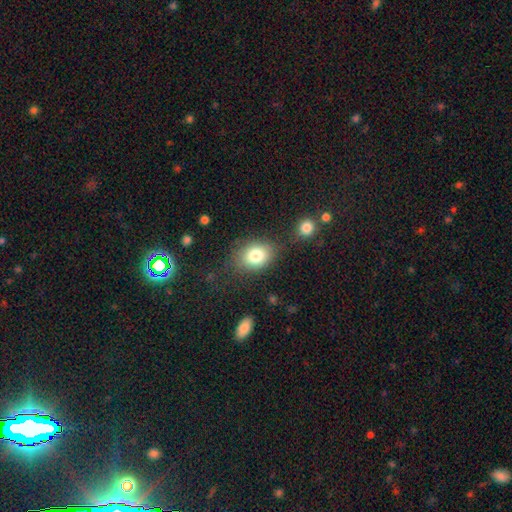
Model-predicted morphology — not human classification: Smooth or featured? Predicted: smooth (p=0.80). How rounded? Predicted: in between (p=0.62). Merging? Predicted: none (p=0.73).